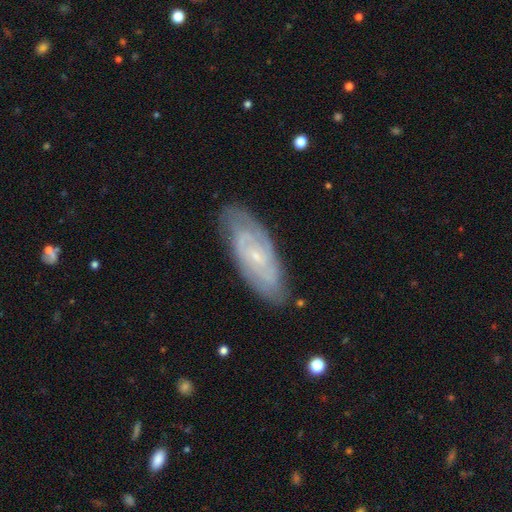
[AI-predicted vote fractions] The model was most divided on "spiral arm count": 2: 40%, can't tell: 38%, 3: 10%, 4: 5%, 1: 4%, more than 4: 4%. More confident: spiral arms — yes (92%); edge-on disk — no (91%); bulge size — small (83%); merging — none (79%); smooth or featured — featured or disk (79%); spiral winding — tight (61%); bar — no (54%).